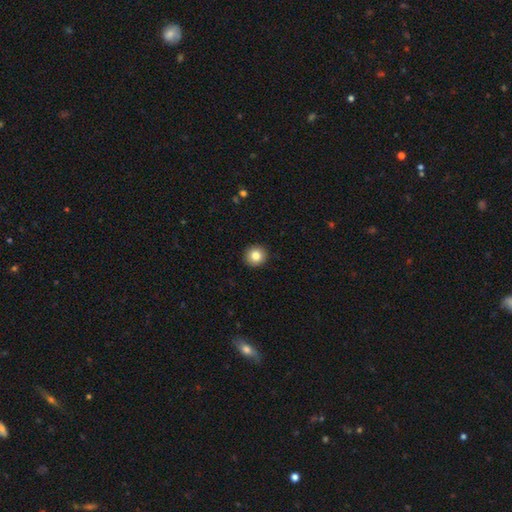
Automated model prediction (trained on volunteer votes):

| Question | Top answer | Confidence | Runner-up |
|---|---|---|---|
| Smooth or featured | smooth | 83% | star or artifact (9%) |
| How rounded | round | 94% | in between (5%) |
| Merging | none | 93% | minor disturbance (5%) |